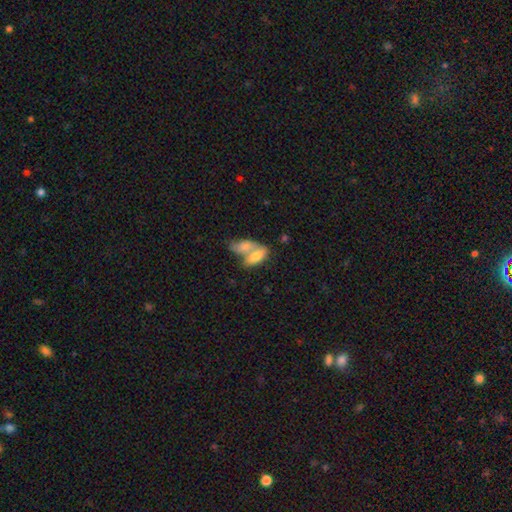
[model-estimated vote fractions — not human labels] The model was most divided on "merging": merger: 68%, none: 21%, minor disturbance: 7%, major disturbance: 4%. More confident: how rounded — in between (85%); smooth or featured — smooth (74%).